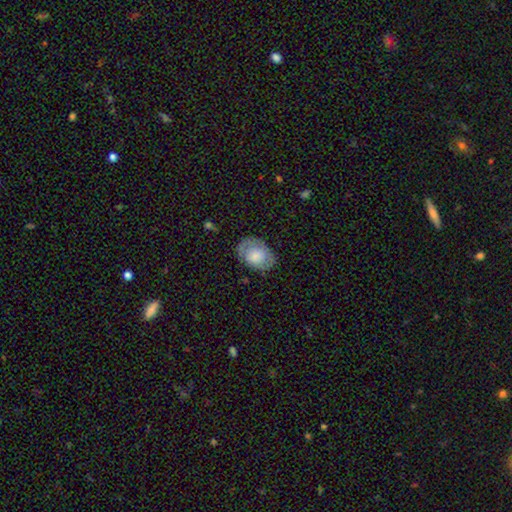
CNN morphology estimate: smooth_or_featured: smooth (p=0.68) [alt: featured or disk p=0.26]
how_rounded: in between (p=0.77) [alt: round p=0.22]
merging: none (p=0.71) [alt: minor disturbance p=0.20]